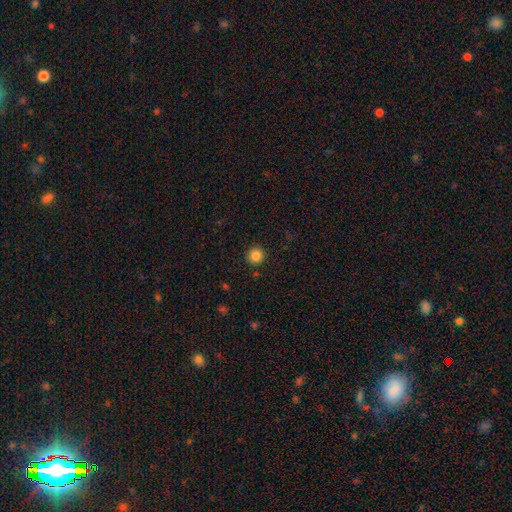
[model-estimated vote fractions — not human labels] Smooth or featured? Predicted: smooth (p=0.86). How rounded? Predicted: round (p=0.95). Merging? Predicted: none (p=0.92).